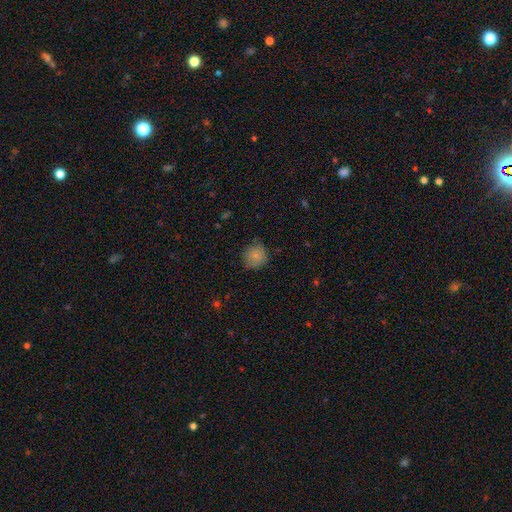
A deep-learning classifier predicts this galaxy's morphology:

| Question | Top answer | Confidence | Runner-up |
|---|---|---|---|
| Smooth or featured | smooth | 83% | star or artifact (10%) |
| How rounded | round | 84% | in between (15%) |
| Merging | none | 74% | minor disturbance (21%) |